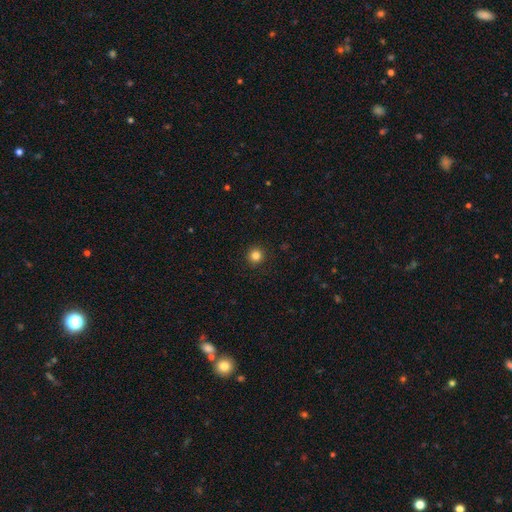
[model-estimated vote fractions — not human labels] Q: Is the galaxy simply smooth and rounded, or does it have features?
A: smooth — 83%.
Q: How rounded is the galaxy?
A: round — 96%.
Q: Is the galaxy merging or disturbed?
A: none — 93%.